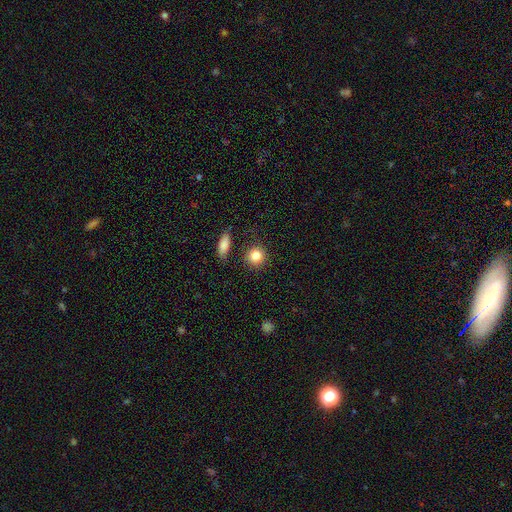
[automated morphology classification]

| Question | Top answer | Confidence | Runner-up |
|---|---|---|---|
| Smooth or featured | smooth | 85% | star or artifact (9%) |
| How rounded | round | 88% | in between (11%) |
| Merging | none | 85% | minor disturbance (8%) |